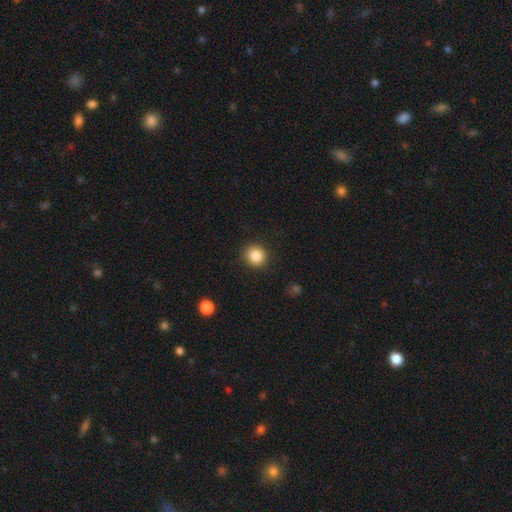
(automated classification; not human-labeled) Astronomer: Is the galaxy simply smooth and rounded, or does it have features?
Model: smooth — 86%.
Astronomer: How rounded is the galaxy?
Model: round — 89%.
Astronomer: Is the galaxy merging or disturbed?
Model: none — 89%.